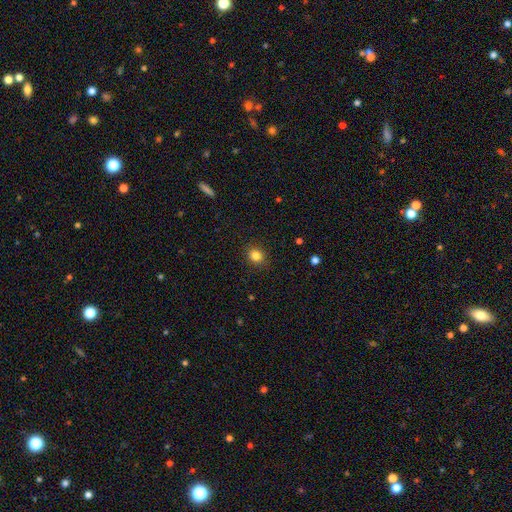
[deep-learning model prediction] This appears to be a smooth galaxy with no disk features (83%) that is round (75%). Merging: none (90%).